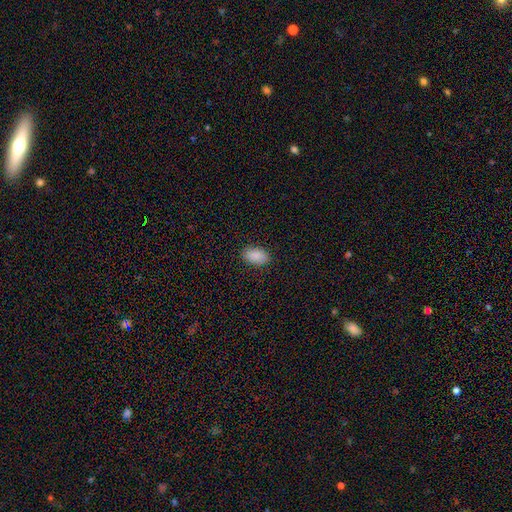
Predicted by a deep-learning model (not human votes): Smooth or featured? smooth (90%)
How rounded? in between (93%)
Merging? none (88%)